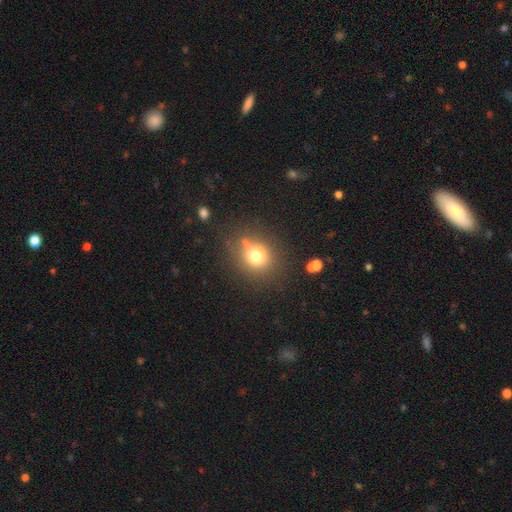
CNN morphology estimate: smooth-or-featured: smooth: 70% | star or artifact: 16% | featured or disk: 14%
  how-rounded: round: 78% | in between: 20% | cigar-shaped: 1%
  merging: none: 65% | minor disturbance: 19% | major disturbance: 8% | merger: 8%